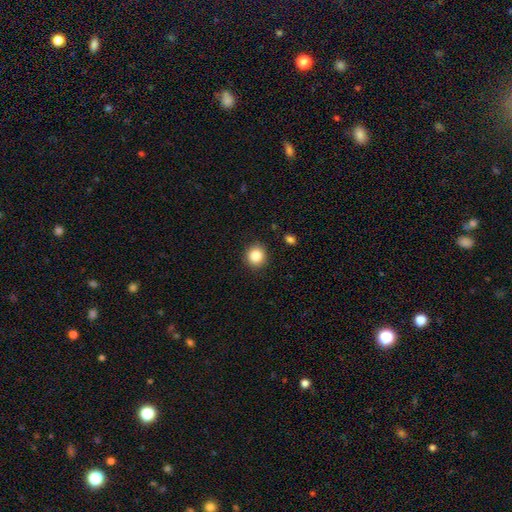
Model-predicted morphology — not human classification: Smooth or featured: smooth — 85% (star or artifact — 10%)
How rounded: round — 88% (in between — 11%)
Merging: none — 90% (minor disturbance — 7%)